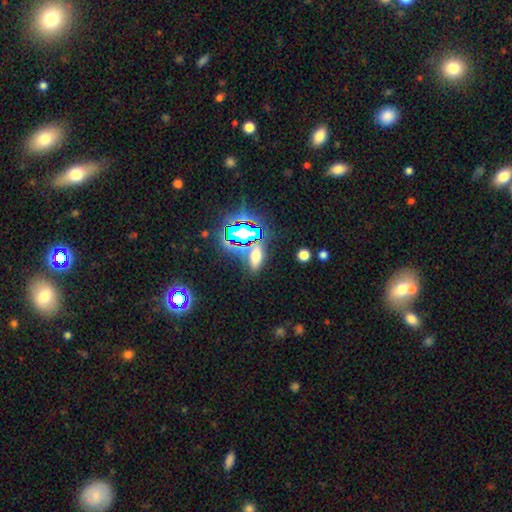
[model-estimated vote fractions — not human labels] Overall: smooth (48%; star or artifact 37%). Merging: none (75%).